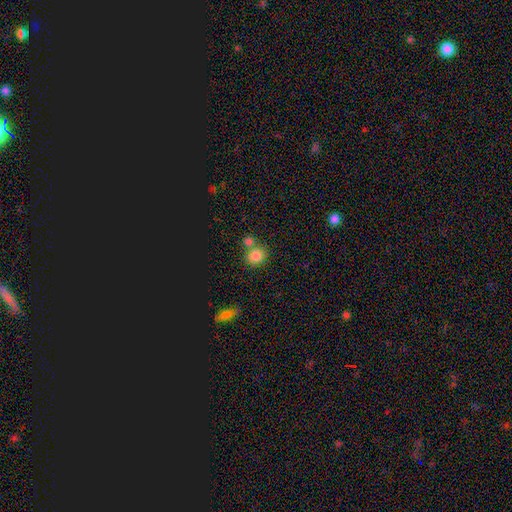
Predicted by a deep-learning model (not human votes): This appears to be a smooth galaxy with no disk features (83%) that is round (78%). Merging: none (57%).